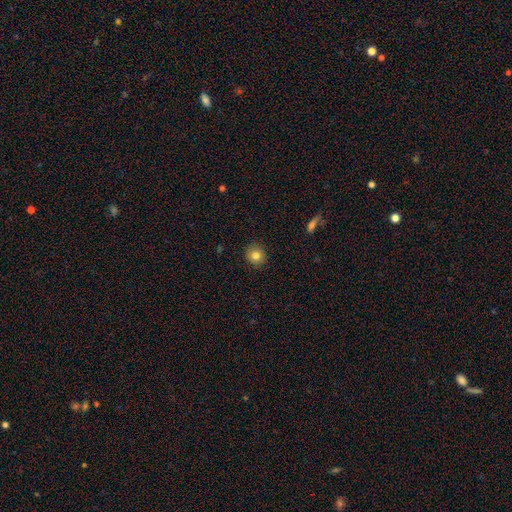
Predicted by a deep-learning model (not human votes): A smooth galaxy with no disk features (81%) that is round (88%).

Vote fractions:
- Smooth or featured? smooth: 81% / star or artifact: 11% / featured or disk: 8%
- How rounded? round: 88% / in between: 11% / cigar-shaped: 1%
- Merging? none: 90% / minor disturbance: 7% / major disturbance: 2% / merger: 1%